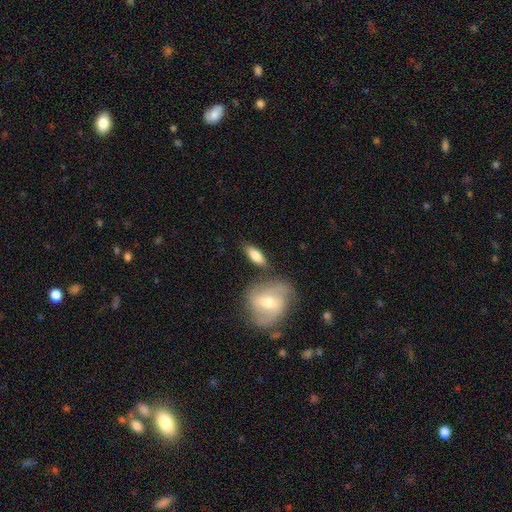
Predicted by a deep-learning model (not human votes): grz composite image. It shows a smooth galaxy with no disk features (75%) that is in between round and cigar-shaped (69%). Merging: none (71%).